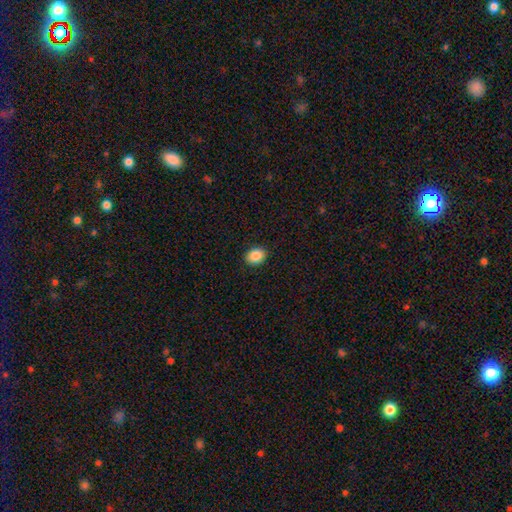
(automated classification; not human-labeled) This is clearly a smooth galaxy (87%). How rounded: possibly in between (54%). Merging: clearly none (90%).